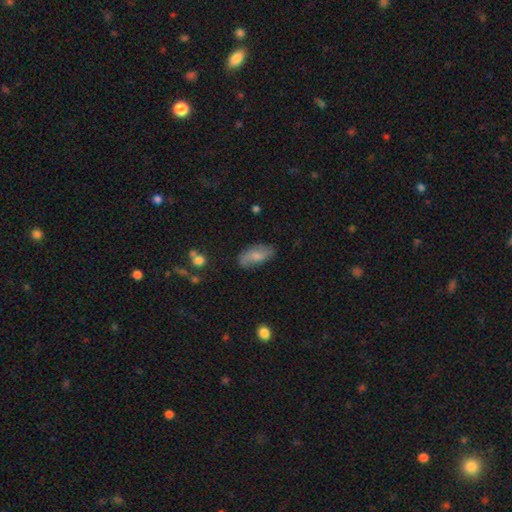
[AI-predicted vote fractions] smooth-or-featured: smooth: 58% | featured or disk: 34% | star or artifact: 8%
  how-rounded: in between: 87% | cigar-shaped: 9% | round: 3%
  merging: none: 69% | minor disturbance: 22% | major disturbance: 6% | merger: 2%